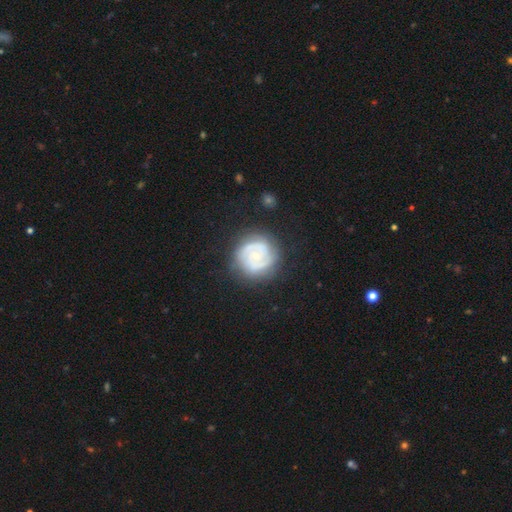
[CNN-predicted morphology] A featured or disk galaxy (77%) with no bar (70%), 2 (48%) tight (63%) spiral arms (90%) and a small central bulge (70%). Merging: none (76%).